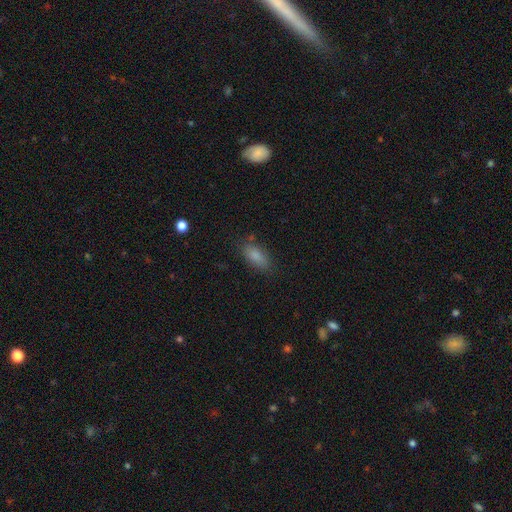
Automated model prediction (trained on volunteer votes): Q: Smooth or featured?
A: smooth (85%); runner-up: star or artifact (8%)
Q: How rounded?
A: in between (82%); runner-up: cigar-shaped (15%)
Q: Merging?
A: none (78%); runner-up: minor disturbance (15%)